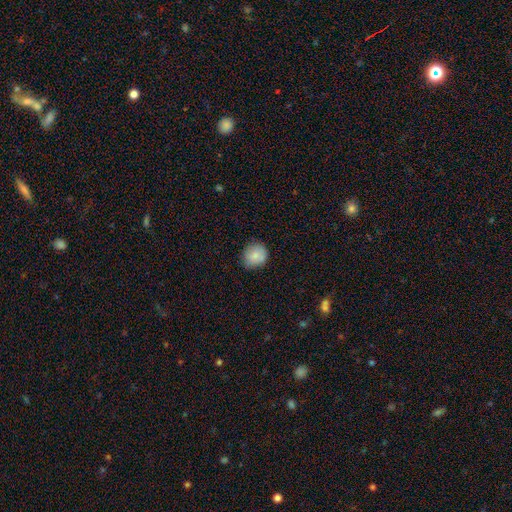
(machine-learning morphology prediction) smooth_or_featured: smooth (p=0.84) [alt: featured or disk p=0.09]
how_rounded: round (p=0.85) [alt: in between p=0.14]
merging: none (p=0.79) [alt: minor disturbance p=0.17]